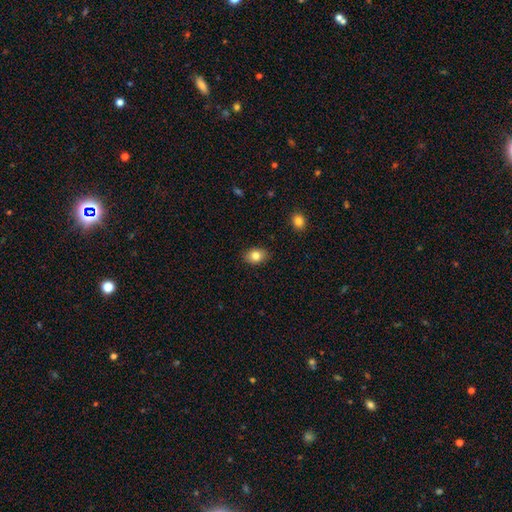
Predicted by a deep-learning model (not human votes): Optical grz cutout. It shows a smooth galaxy with no disk features (82%) that is in between round and cigar-shaped (72%). Merging: none (87%).